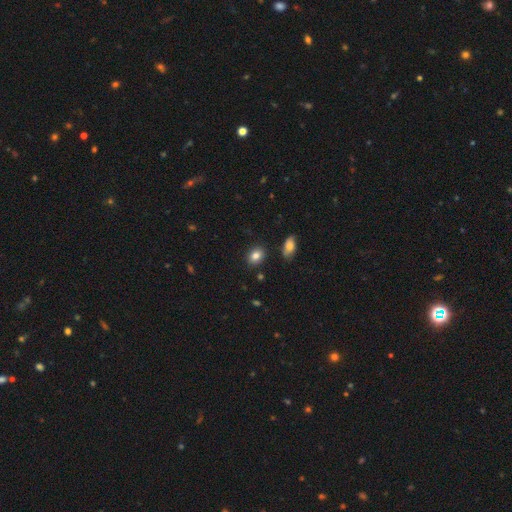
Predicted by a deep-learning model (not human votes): A smooth galaxy with no disk features (83%) that is in between round and cigar-shaped (66%). Merging: none (85%).